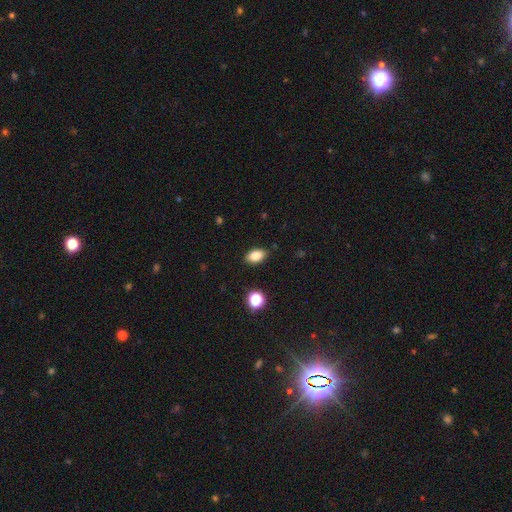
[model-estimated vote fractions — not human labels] A smooth galaxy with no disk features (84%) that is in between round and cigar-shaped (89%). Merging: none (87%).